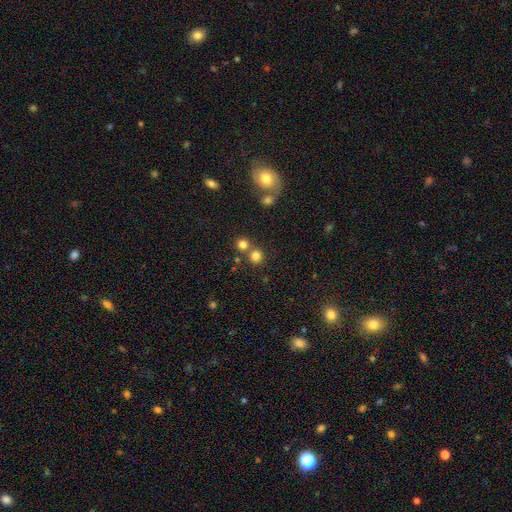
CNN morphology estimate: Smooth or featured? Predicted: smooth (p=0.78). How rounded? Predicted: round (p=0.90). Merging? Predicted: none (p=0.64).